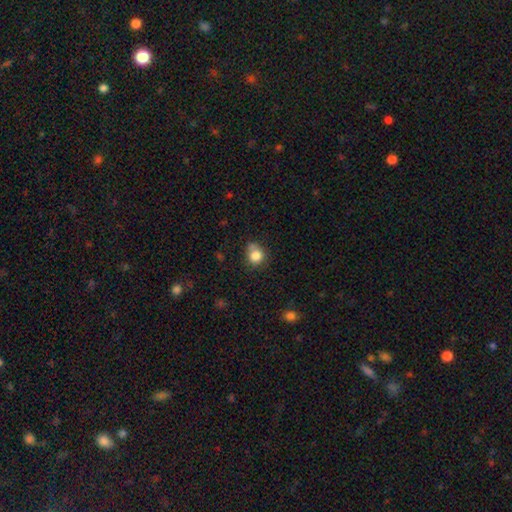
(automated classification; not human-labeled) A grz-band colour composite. It shows a smooth galaxy with no disk features (82%) that is round (77%). Merging: none (56%).